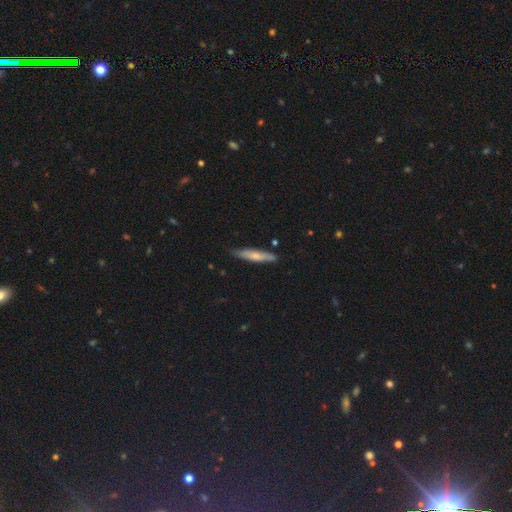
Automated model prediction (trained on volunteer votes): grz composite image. It shows a smooth galaxy with no disk features (60%) that is cigar-shaped (88%). Merging: none (82%).